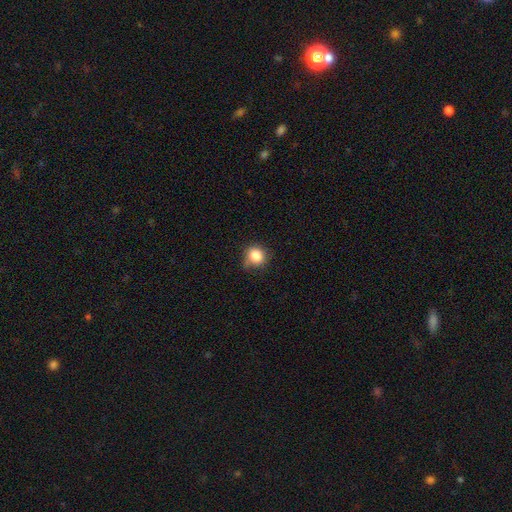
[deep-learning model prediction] A smooth galaxy with no disk features (84%) that is round (87%). Merging: none (69%).